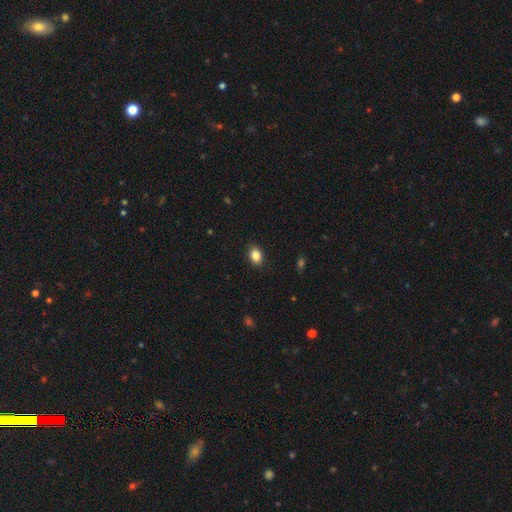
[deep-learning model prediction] A smooth galaxy with no disk features (86%) that is in between round and cigar-shaped (73%).

Vote fractions:
- Smooth or featured? smooth: 86% / star or artifact: 9% / featured or disk: 5%
- How rounded? in between: 73% / round: 26% / cigar-shaped: 1%
- Merging? none: 89% / minor disturbance: 8% / major disturbance: 2% / merger: 1%